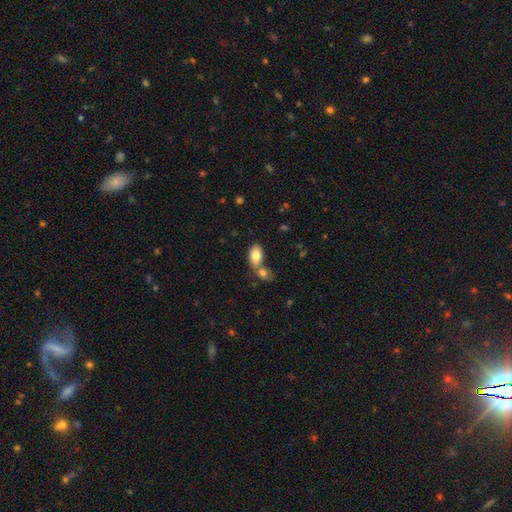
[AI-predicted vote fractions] This appears to be a smooth galaxy with no disk features (81%) that is in between round and cigar-shaped (92%). Merging: none (45%).